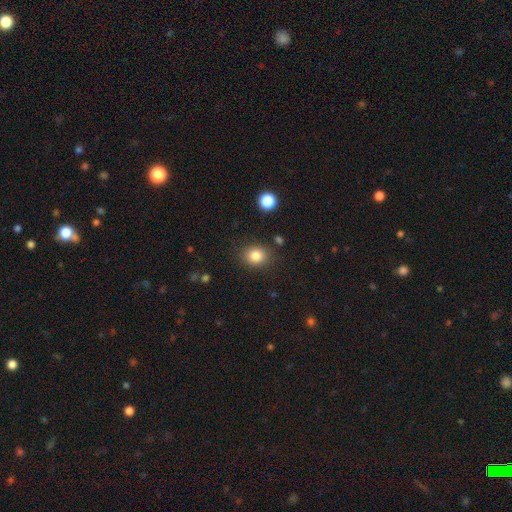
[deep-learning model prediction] A smooth galaxy with no disk features (84%) that is round (66%).

Vote fractions:
- Smooth or featured? smooth: 84% / star or artifact: 10% / featured or disk: 6%
- How rounded? round: 66% / in between: 33% / cigar-shaped: 1%
- Merging? none: 85% / minor disturbance: 9% / major disturbance: 3% / merger: 2%